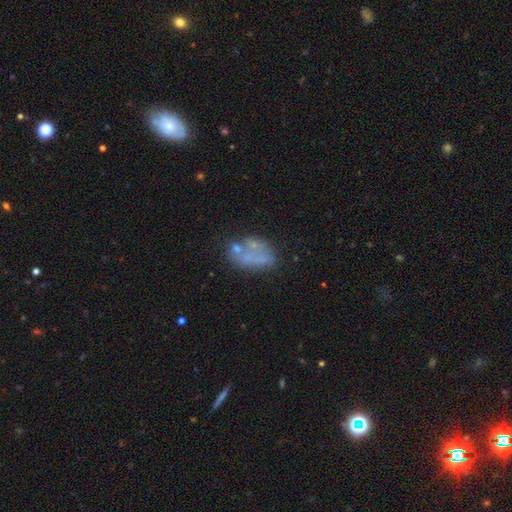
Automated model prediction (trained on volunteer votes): Smooth or featured? smooth (42%)
Merging? none (50%)